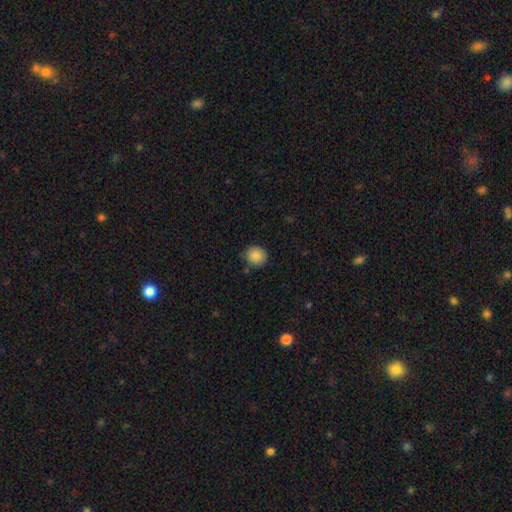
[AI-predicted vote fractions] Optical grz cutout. It shows a smooth galaxy with no disk features (88%) that is round (86%). Merging: none (83%).